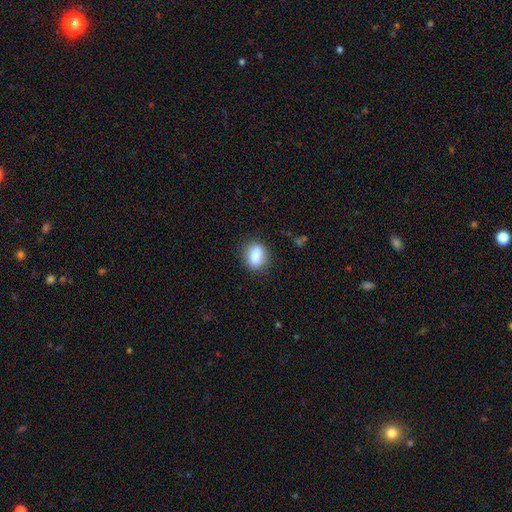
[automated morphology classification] A smooth galaxy with no disk features (85%) that is in between round and cigar-shaped (68%).

Vote fractions:
- Smooth or featured? smooth: 85% / star or artifact: 8% / featured or disk: 8%
- How rounded? in between: 68% / round: 29% / cigar-shaped: 4%
- Merging? none: 83% / minor disturbance: 12% / major disturbance: 3% / merger: 1%